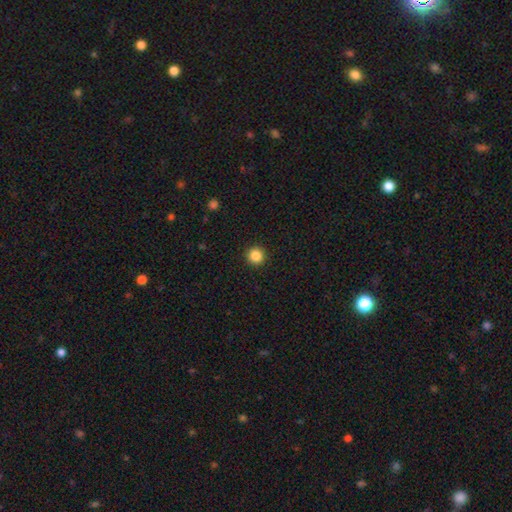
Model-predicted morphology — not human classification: type=smooth (86%); roundness=round (95%); merging=none (93%).